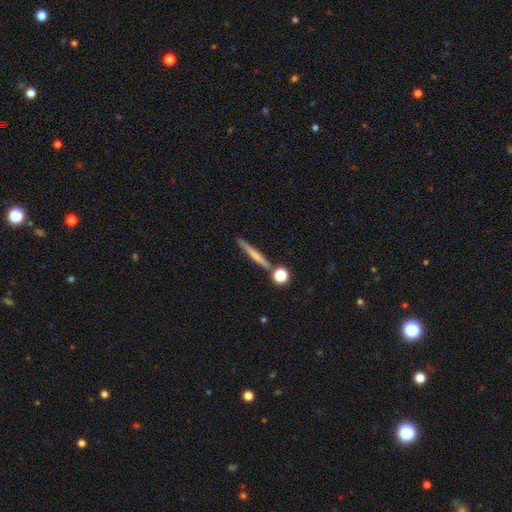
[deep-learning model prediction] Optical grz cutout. It shows a smooth galaxy with no disk features (50%). Merging: none (76%).